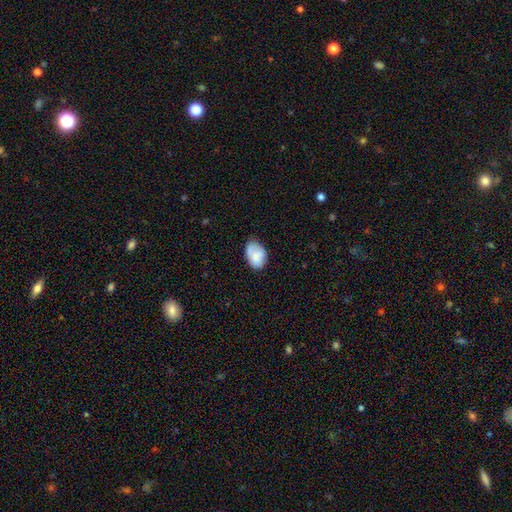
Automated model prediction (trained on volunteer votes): smooth_or_featured: smooth (p=0.76) [alt: featured or disk p=0.17]
how_rounded: in between (p=0.85) [alt: round p=0.14]
merging: none (p=0.60) [alt: minor disturbance p=0.30]